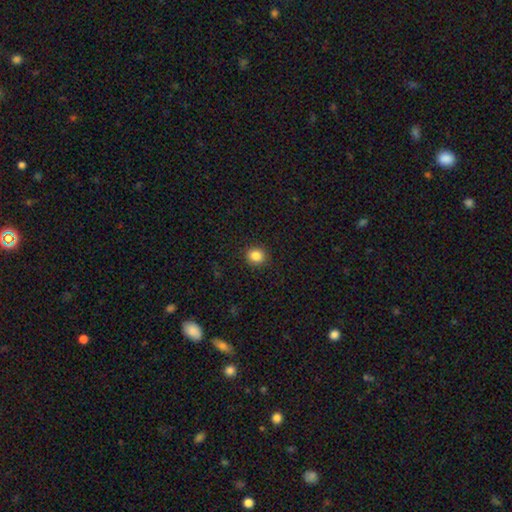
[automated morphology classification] This is clearly a smooth galaxy (86%). How rounded: clearly round (82%). Merging: clearly none (91%).